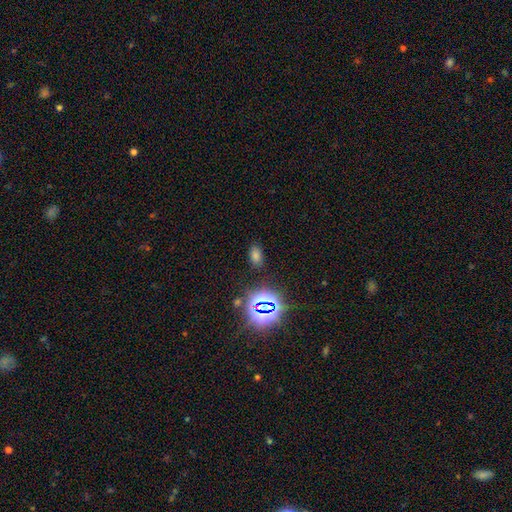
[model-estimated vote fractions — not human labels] The model was most divided on "smooth or featured": smooth: 55%, star or artifact: 38%, featured or disk: 7%. More confident: how rounded — in between (86%); merging — none (85%).